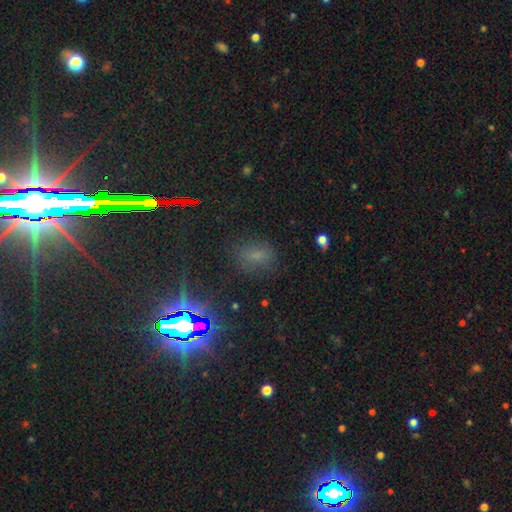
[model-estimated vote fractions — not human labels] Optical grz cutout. It shows a smooth galaxy with no disk features (48%). Merging: none (77%).